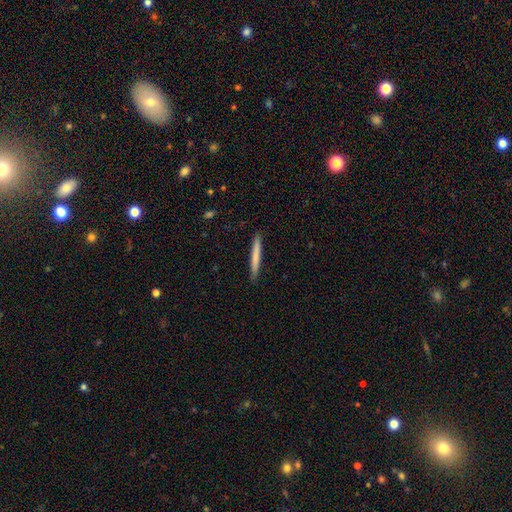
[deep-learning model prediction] smooth-or-featured: smooth: 71% | featured or disk: 24% | star or artifact: 5%
  how-rounded: cigar-shaped: 97% | in between: 2% | round: 1%
  merging: none: 91% | minor disturbance: 7% | major disturbance: 1% | merger: 1%